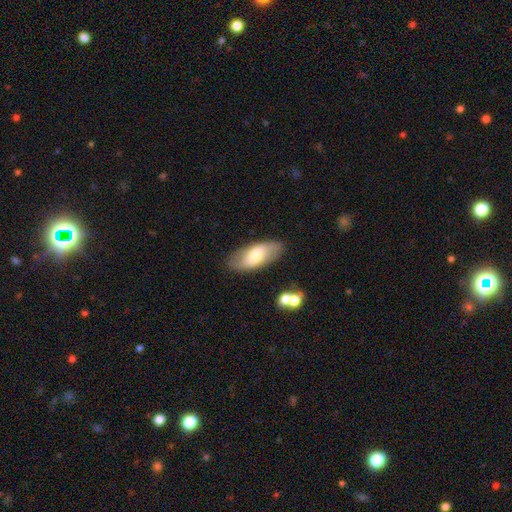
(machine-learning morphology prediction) Smooth or featured: smooth — 59% (featured or disk — 35%)
How rounded: in between — 85% (cigar-shaped — 12%)
Merging: none — 83% (minor disturbance — 12%)